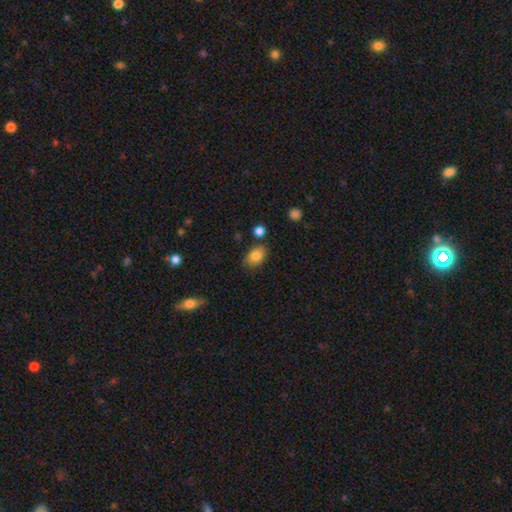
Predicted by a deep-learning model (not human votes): Smooth or featured? smooth (83%)
How rounded? in between (81%)
Merging? none (74%)